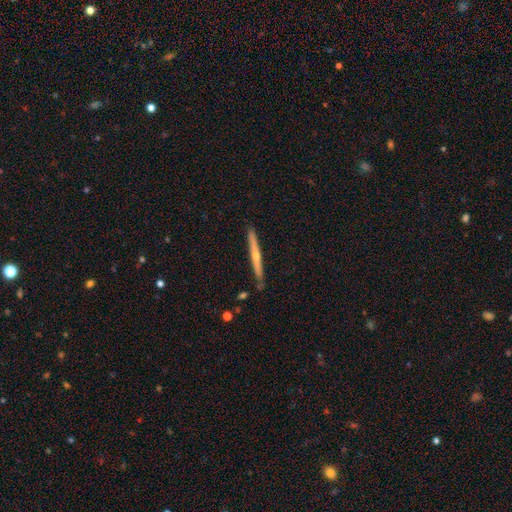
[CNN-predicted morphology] Smooth or featured: featured or disk — 62% (smooth — 32%)
Edge-on disk: yes — 97% (no — 3%)
Edge-on bulge: rounded — 69% (none — 28%)
Merging: none — 86% (minor disturbance — 10%)